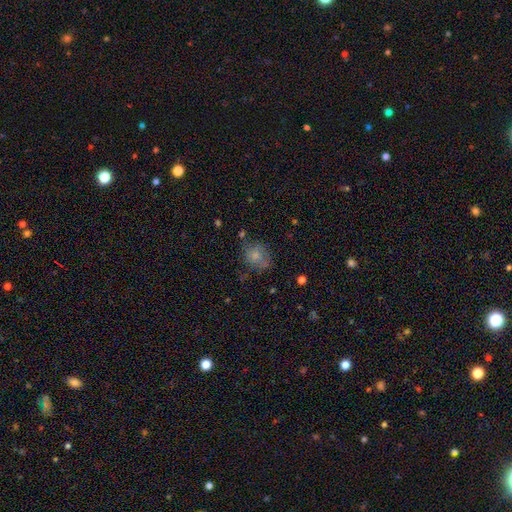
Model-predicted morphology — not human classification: smooth_or_featured: smooth (p=0.73) [alt: featured or disk p=0.16]
how_rounded: round (p=0.56) [alt: in between p=0.43]
merging: none (p=0.61) [alt: minor disturbance p=0.24]